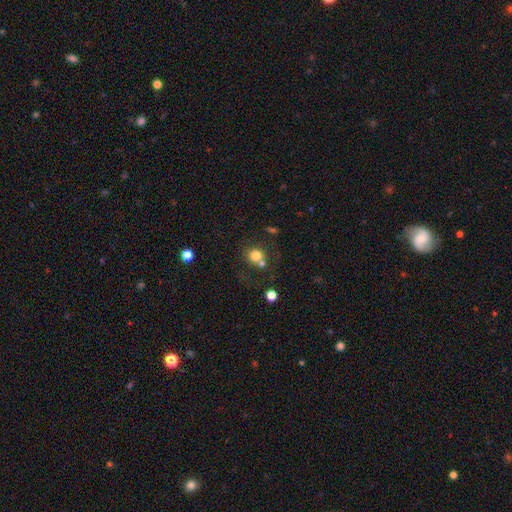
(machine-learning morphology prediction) This is likely a smooth galaxy (77%). How rounded: clearly round (84%). Merging: possibly none (53%).